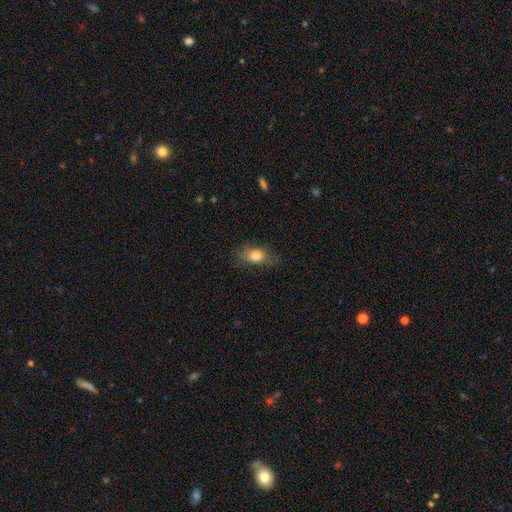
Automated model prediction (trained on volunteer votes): smooth_or_featured: smooth (p=0.78) [alt: featured or disk p=0.14]
how_rounded: in between (p=0.76) [alt: round p=0.19]
merging: none (p=0.70) [alt: minor disturbance p=0.21]